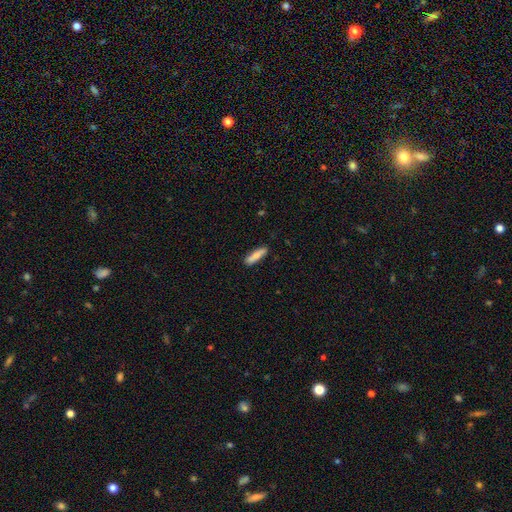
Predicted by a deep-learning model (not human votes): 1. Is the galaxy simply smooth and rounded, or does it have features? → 78% smooth, 16% featured or disk, 6% star or artifact.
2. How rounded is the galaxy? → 73% cigar-shaped, 25% in between, 2% round.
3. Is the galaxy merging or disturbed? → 87% none, 10% minor disturbance, 2% major disturbance, 1% merger.